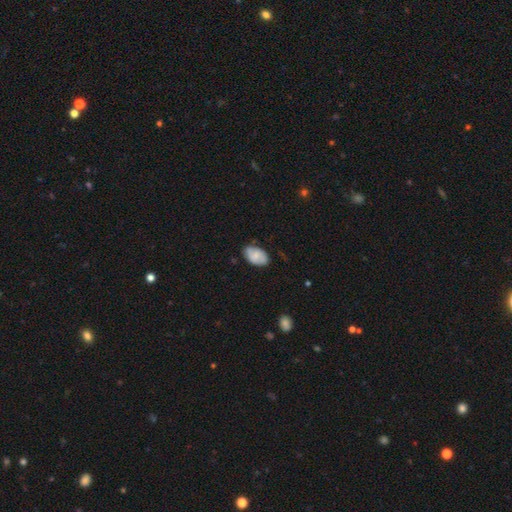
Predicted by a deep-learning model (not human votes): This appears to be a smooth galaxy with no disk features (70%) that is in between round and cigar-shaped (91%). Merging: none (73%).